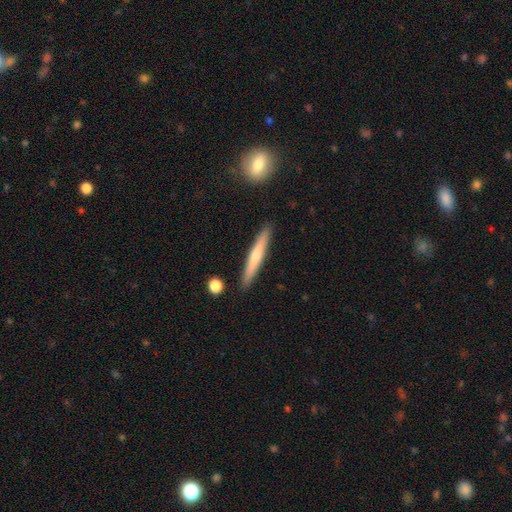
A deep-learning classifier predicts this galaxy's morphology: A smooth galaxy with no disk features (56%) that is cigar-shaped (95%). Merging: none (90%).